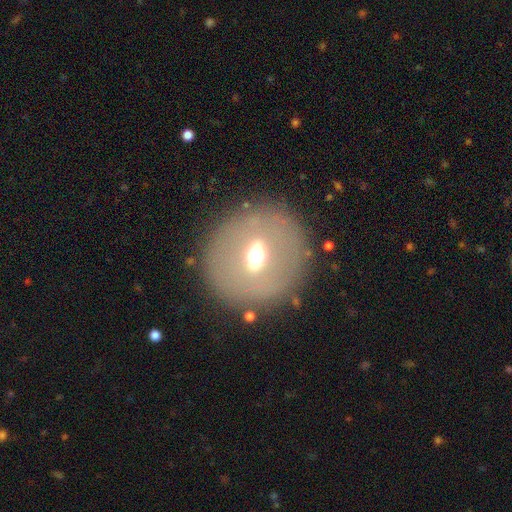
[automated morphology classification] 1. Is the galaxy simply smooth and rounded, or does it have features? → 50% featured or disk, 38% smooth, 12% star or artifact.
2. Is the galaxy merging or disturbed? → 82% none, 9% minor disturbance, 6% major disturbance, 2% merger.